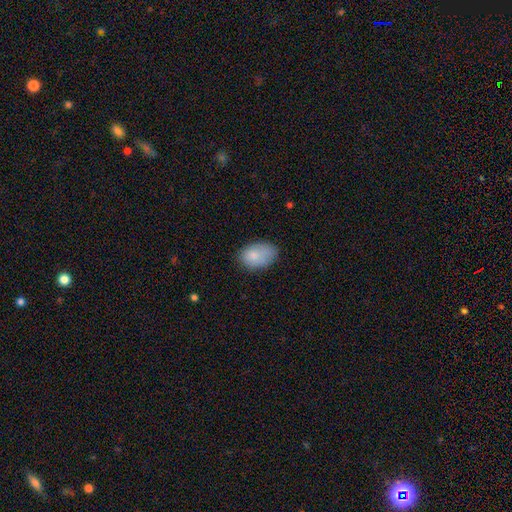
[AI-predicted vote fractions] This is clearly a smooth galaxy (84%). How rounded: clearly in between (86%). Merging: likely none (65%).